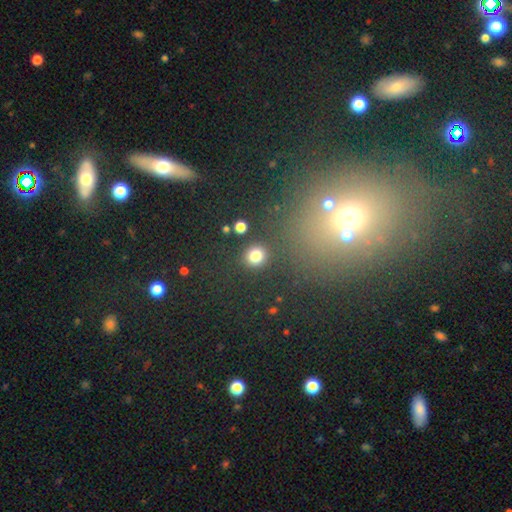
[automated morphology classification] Overall: smooth (81%). How rounded: round (88%). Merging: none (87%).